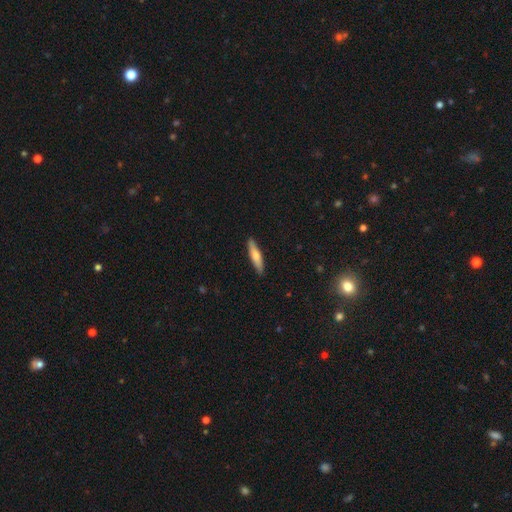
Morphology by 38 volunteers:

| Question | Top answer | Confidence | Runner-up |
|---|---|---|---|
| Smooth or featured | smooth | 68% | featured or disk (32%) |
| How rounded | cigar-shaped | 81% | in between (19%) |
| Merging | none | 87% | minor disturbance (8%) |